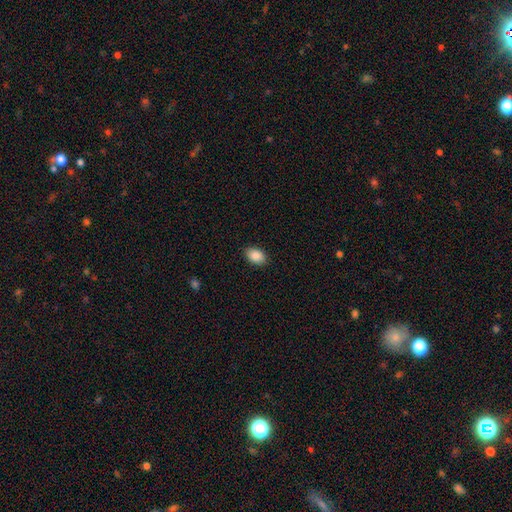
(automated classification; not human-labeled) The model was most divided on "how rounded": in between: 87%, round: 12%, cigar-shaped: 1%. More confident: smooth or featured — smooth (89%); merging — none (89%).